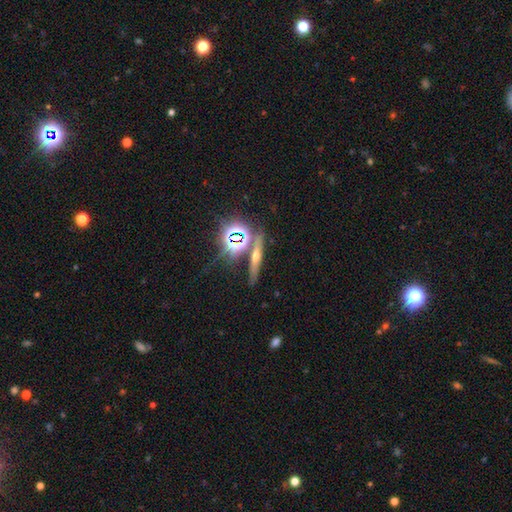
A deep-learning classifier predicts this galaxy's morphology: A featured or disk galaxy (37%). Merging: none (79%).